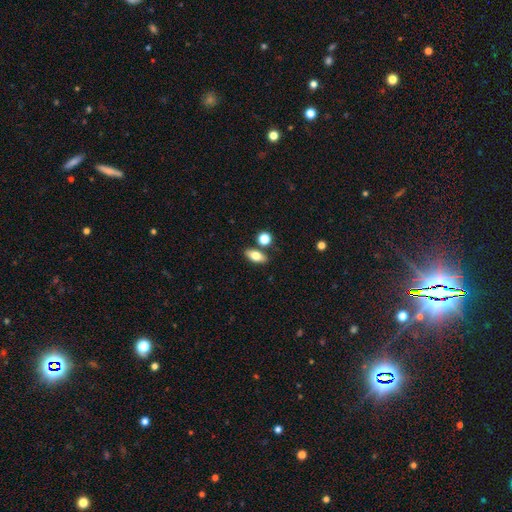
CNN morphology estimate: The model was most divided on "smooth or featured": smooth: 73%, featured or disk: 19%, star or artifact: 8%. More confident: how rounded — in between (81%); merging — none (80%).